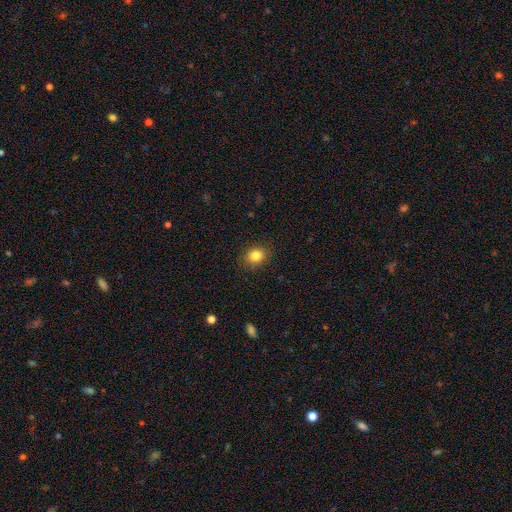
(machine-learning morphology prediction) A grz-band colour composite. It shows a smooth galaxy with no disk features (84%) that is round (58%). Merging: none (87%).